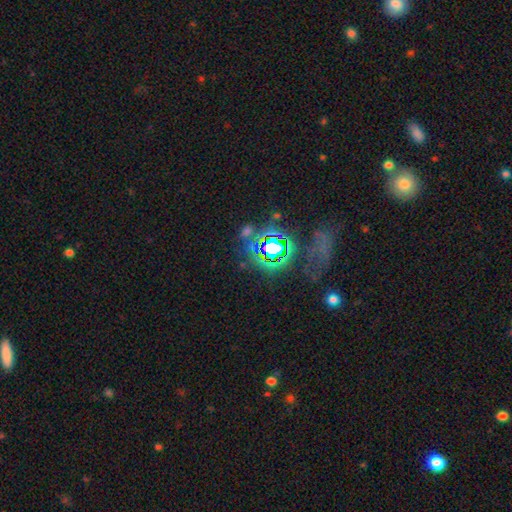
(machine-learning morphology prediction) Smooth or featured? star or artifact (72%)